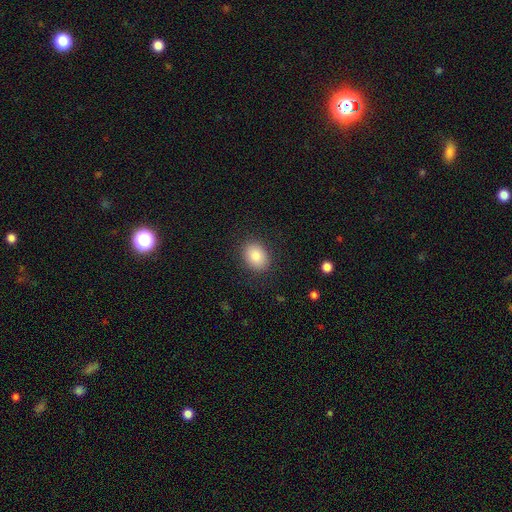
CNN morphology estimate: Overall: smooth (86%). How rounded: in between (64%; round 36%). Merging: none (87%).